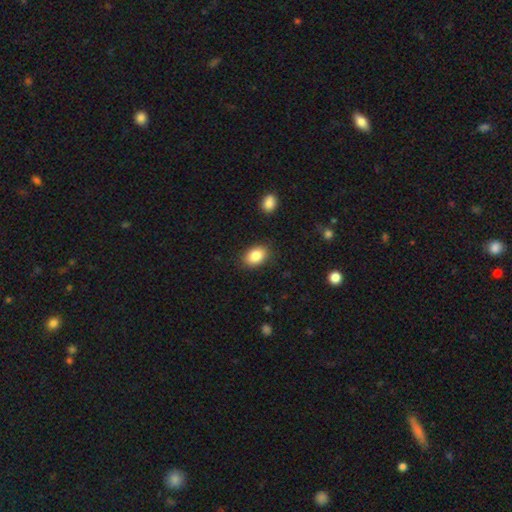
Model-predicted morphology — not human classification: A smooth galaxy with no disk features (87%) that is in between round and cigar-shaped (84%).

Vote fractions:
- Smooth or featured? smooth: 87% / star or artifact: 8% / featured or disk: 6%
- How rounded? in between: 84% / round: 15% / cigar-shaped: 1%
- Merging? none: 86% / minor disturbance: 10% / major disturbance: 3% / merger: 2%